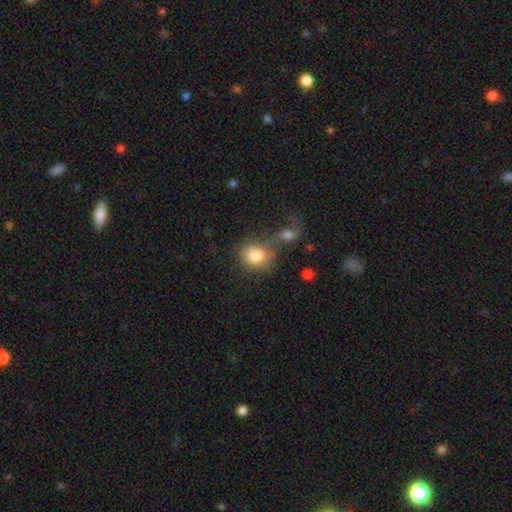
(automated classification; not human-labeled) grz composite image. It shows a smooth galaxy with no disk features (82%) that is round (64%). Merging: none (42%).